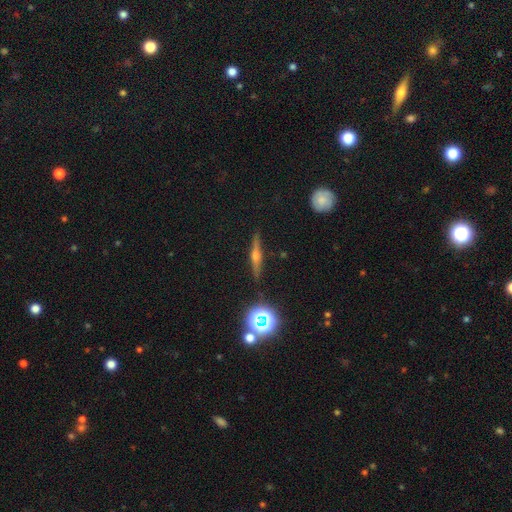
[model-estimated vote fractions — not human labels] This is likely a featured or disk galaxy (65%). It is clearly viewed edge-on (96%). Edge-on bulge: clearly rounded (89%). Merging: clearly none (89%).